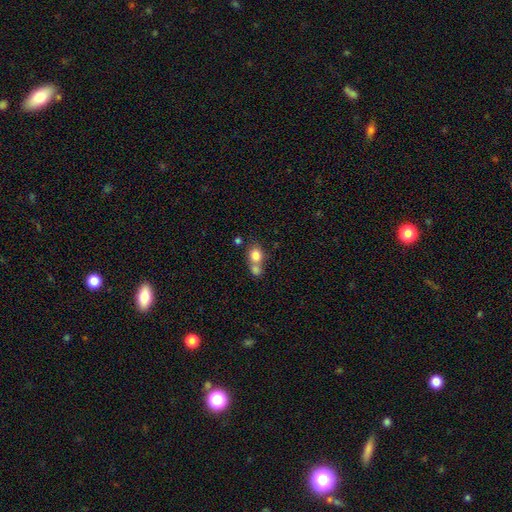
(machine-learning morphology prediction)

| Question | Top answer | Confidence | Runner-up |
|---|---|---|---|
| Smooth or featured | smooth | 80% | featured or disk (10%) |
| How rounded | round | 64% | in between (35%) |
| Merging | merger | 55% | none (35%) |